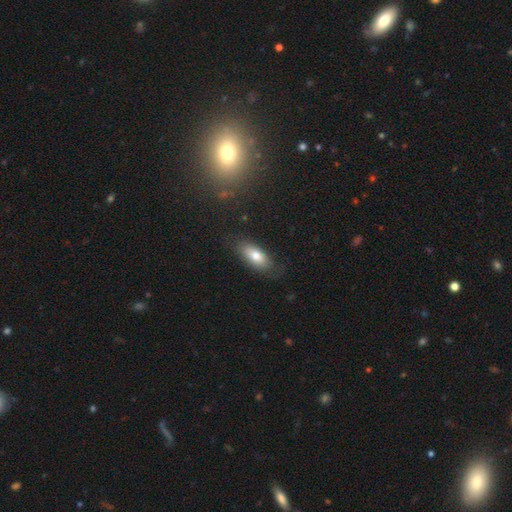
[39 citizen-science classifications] Volunteers were most divided on "merging": none: 69%, minor disturbance: 19%, major disturbance: 8%, merger: 3%. More confident: smooth or featured — smooth (77%); how rounded — in between (77%).